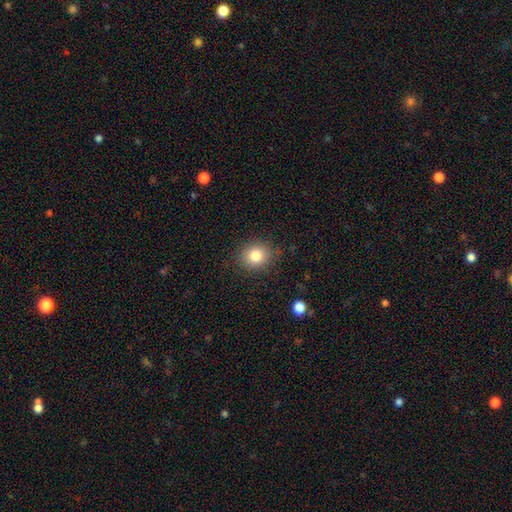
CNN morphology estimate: A smooth galaxy with no disk features (82%) that is round (76%).

Vote fractions:
- Smooth or featured? smooth: 82% / star or artifact: 11% / featured or disk: 7%
- How rounded? round: 76% / in between: 23% / cigar-shaped: 1%
- Merging? none: 86% / minor disturbance: 10% / major disturbance: 3% / merger: 1%